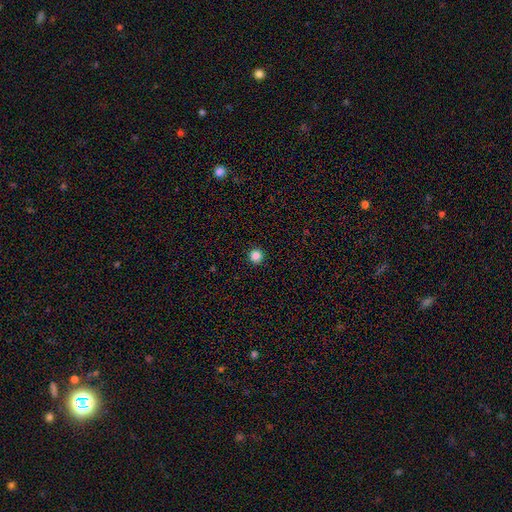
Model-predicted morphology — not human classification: smooth-or-featured: smooth: 85% | star or artifact: 12% | featured or disk: 3%
  how-rounded: round: 96% | in between: 3% | cigar-shaped: 1%
  merging: none: 94% | minor disturbance: 4% | major disturbance: 1% | merger: 1%